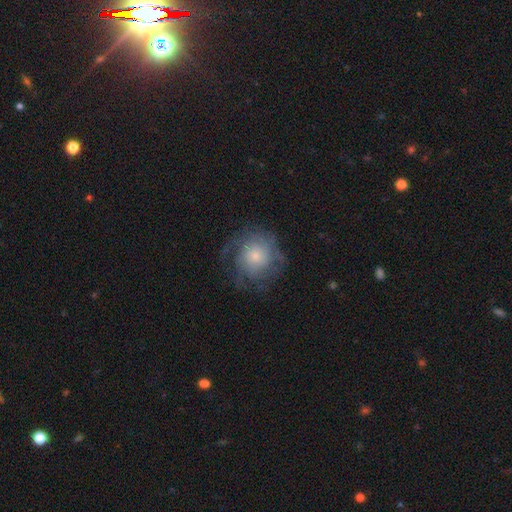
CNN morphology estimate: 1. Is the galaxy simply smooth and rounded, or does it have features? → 54% featured or disk, 38% smooth, 9% star or artifact.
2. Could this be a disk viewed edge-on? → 97% no, 3% yes.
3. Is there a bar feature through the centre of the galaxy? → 82% no, 16% weak, 2% strong.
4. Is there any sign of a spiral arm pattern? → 79% yes, 21% no.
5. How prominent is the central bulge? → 54% small, 33% moderate, 8% large, 3% none, 2% dominant.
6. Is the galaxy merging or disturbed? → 66% none, 18% minor disturbance, 15% major disturbance, 1% merger.